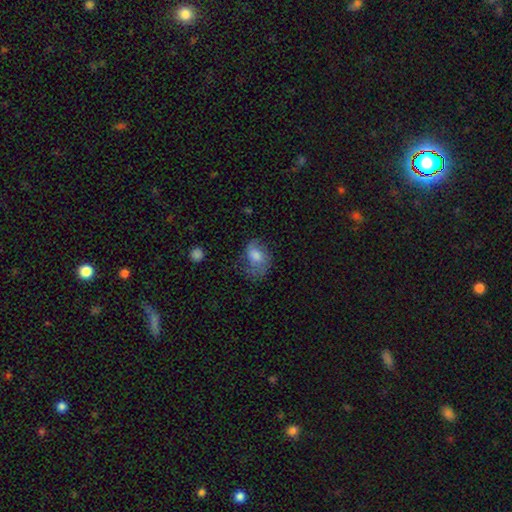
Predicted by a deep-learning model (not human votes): Q: Smooth or featured?
A: smooth (64%); runner-up: featured or disk (27%)
Q: How rounded?
A: in between (77%); runner-up: round (21%)
Q: Merging?
A: none (41%); runner-up: minor disturbance (30%)